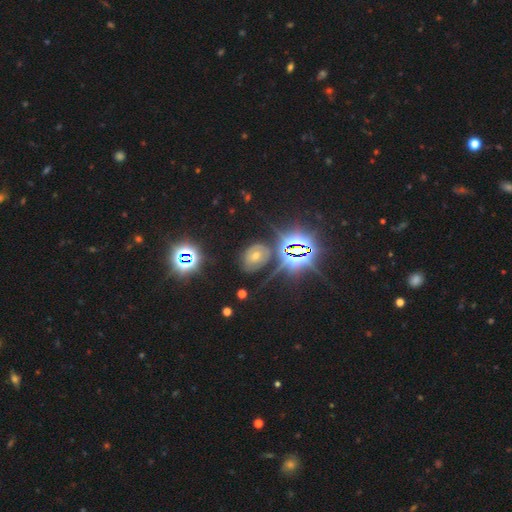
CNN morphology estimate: star or artifact 59%, featured or disk 24%, smooth 17%.